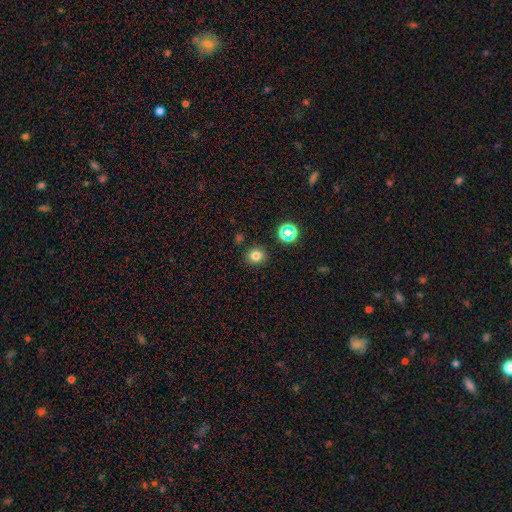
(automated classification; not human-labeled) A smooth galaxy with no disk features (76%) that is round (76%). Merging: none (86%).